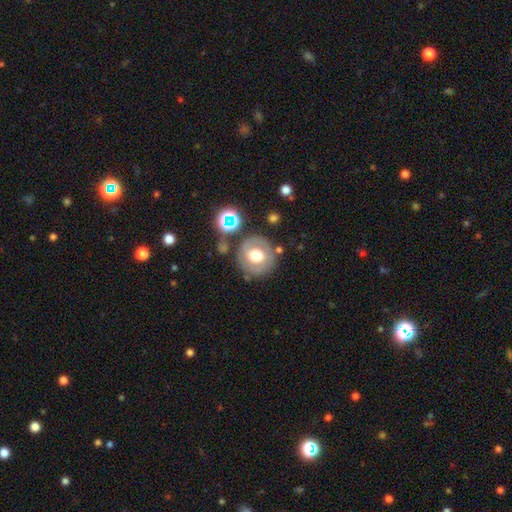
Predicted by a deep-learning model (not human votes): This is possibly a smooth galaxy (51%). How rounded: clearly round (91%). Merging: likely none (74%).